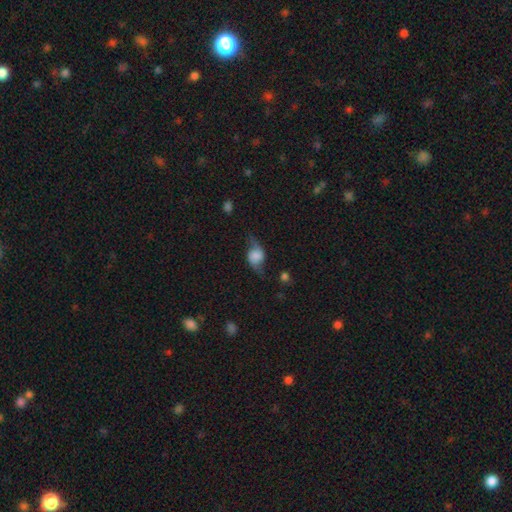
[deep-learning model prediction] Smooth or featured: featured or disk — 59% (smooth — 32%)
Edge-on disk: no — 87% (yes — 13%)
Bar: no — 64% (weak — 27%)
Spiral arms: yes — 87% (no — 13%)
Bulge size: large — 28% (dominant — 25%)
Merging: none — 60% (minor disturbance — 23%)